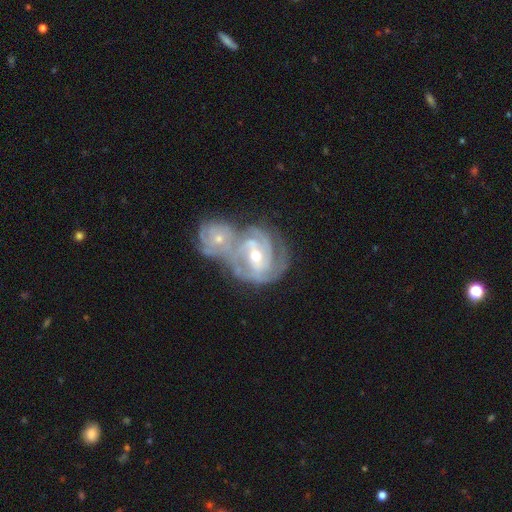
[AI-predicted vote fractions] The model was most divided on "spiral arm count": 3: 30%, can't tell: 27%, 2: 25%, 4: 9%, 1: 5%, more than 4: 4%. Remaining: edge-on disk — no (97%); spiral arms — yes (96%); smooth or featured — featured or disk (88%); spiral winding — tight (69%); merging — merger (65%); bulge size — moderate (58%); bar — weak (45%).